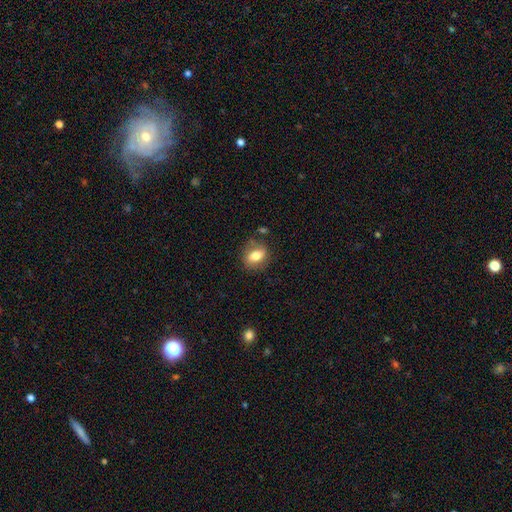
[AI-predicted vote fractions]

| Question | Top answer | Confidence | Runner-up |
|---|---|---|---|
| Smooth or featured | smooth | 74% | featured or disk (17%) |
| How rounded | in between | 69% | round (29%) |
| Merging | none | 75% | minor disturbance (16%) |